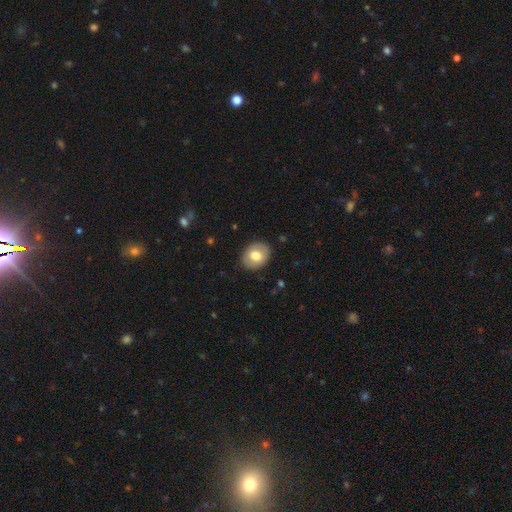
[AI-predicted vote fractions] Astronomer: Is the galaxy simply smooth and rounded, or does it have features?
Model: smooth — 72%.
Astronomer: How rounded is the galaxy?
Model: in between — 56% (runner-up: round, 43%).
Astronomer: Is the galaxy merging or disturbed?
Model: none — 87%.